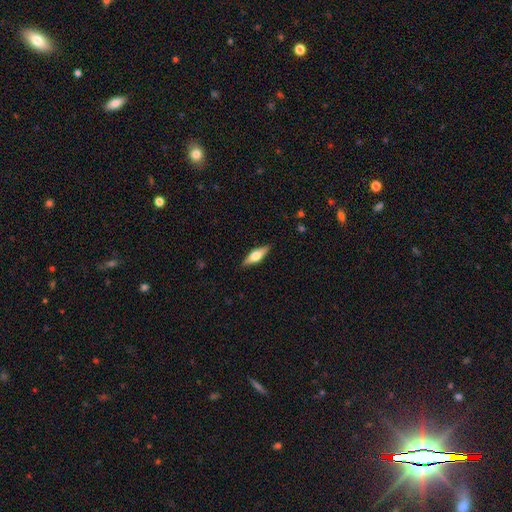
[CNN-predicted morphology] Smooth or featured?
  - featured or disk: 58% *
  - smooth: 36%
  - star or artifact: 6%
Edge-on disk?
  - yes: 96% *
  - no: 4%
Edge-on bulge?
  - rounded: 93% *
  - boxy: 6%
  - none: 2%
Merging?
  - none: 89% *
  - minor disturbance: 8%
  - major disturbance: 2%
  - merger: 1%